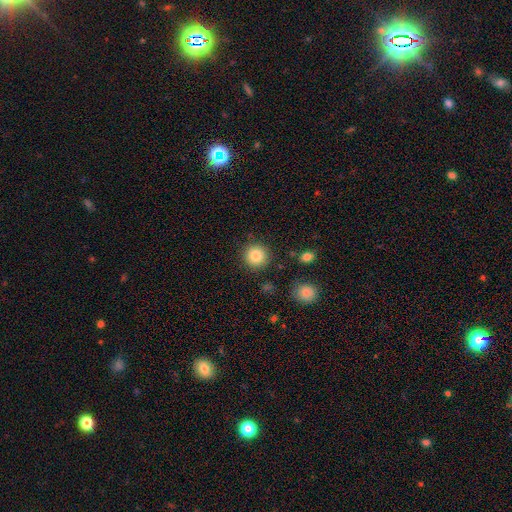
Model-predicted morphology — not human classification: Q: Smooth or featured?
A: smooth (85%); runner-up: star or artifact (9%)
Q: How rounded?
A: round (94%); runner-up: in between (5%)
Q: Merging?
A: none (89%); runner-up: minor disturbance (7%)